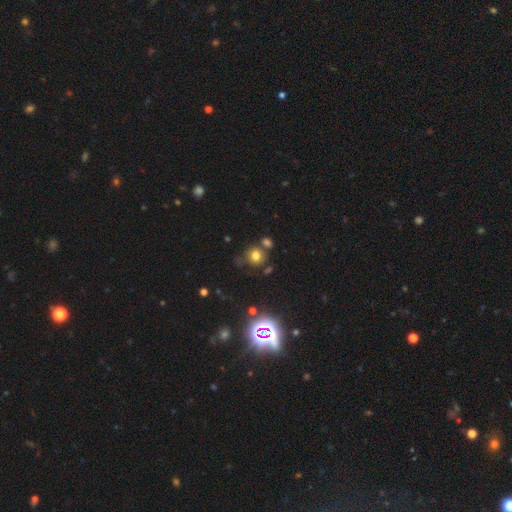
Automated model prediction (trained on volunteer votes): Overall: smooth (69%). How rounded: round (83%). Merging: none (63%).